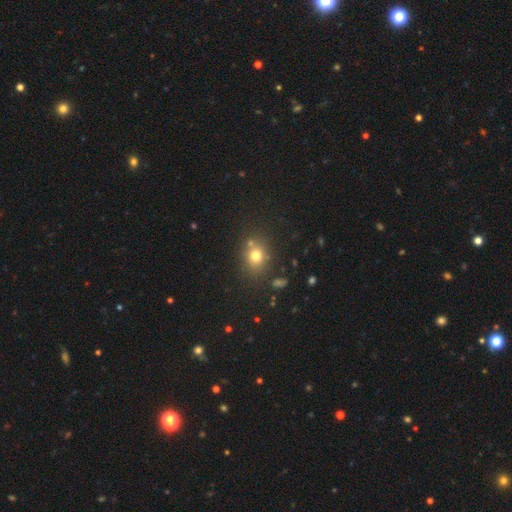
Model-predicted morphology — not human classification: smooth-or-featured: smooth: 74% | star or artifact: 16% | featured or disk: 10%
  how-rounded: round: 64% | in between: 35% | cigar-shaped: 1%
  merging: none: 75% | minor disturbance: 12% | merger: 9% | major disturbance: 4%